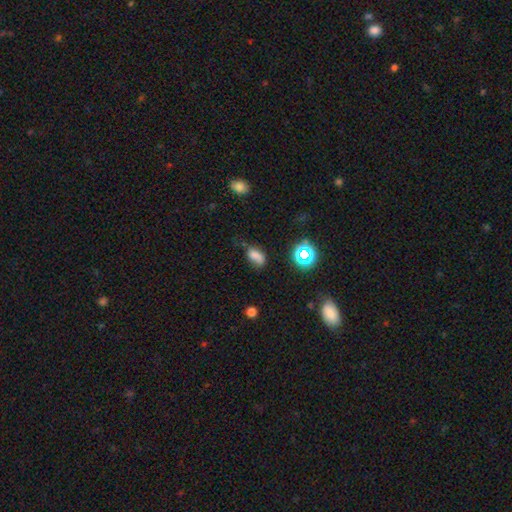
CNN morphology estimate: Smooth or featured?
  - smooth: 71% *
  - star or artifact: 18%
  - featured or disk: 11%
How rounded?
  - in between: 83% *
  - round: 12%
  - cigar-shaped: 5%
Merging?
  - none: 45% *
  - minor disturbance: 32%
  - major disturbance: 15%
  - merger: 8%